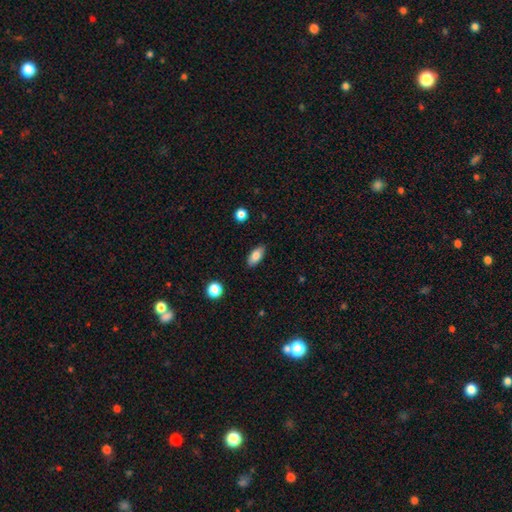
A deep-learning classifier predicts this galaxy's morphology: Q: Smooth or featured?
A: smooth (80%); runner-up: featured or disk (12%)
Q: How rounded?
A: in between (88%); runner-up: cigar-shaped (9%)
Q: Merging?
A: none (87%); runner-up: minor disturbance (10%)